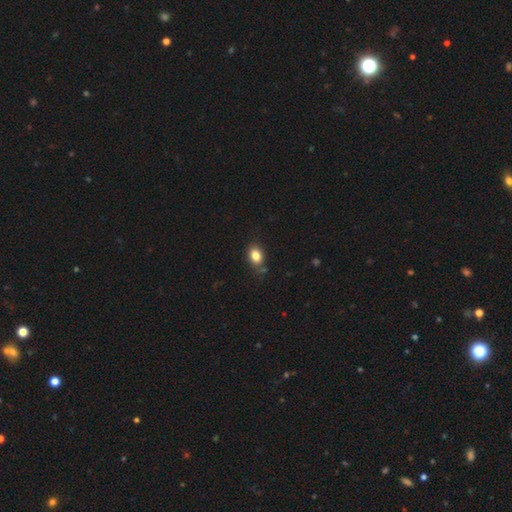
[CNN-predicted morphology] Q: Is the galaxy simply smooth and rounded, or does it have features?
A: smooth — 83%.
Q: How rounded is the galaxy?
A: in between — 77%.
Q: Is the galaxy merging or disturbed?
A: none — 74%.